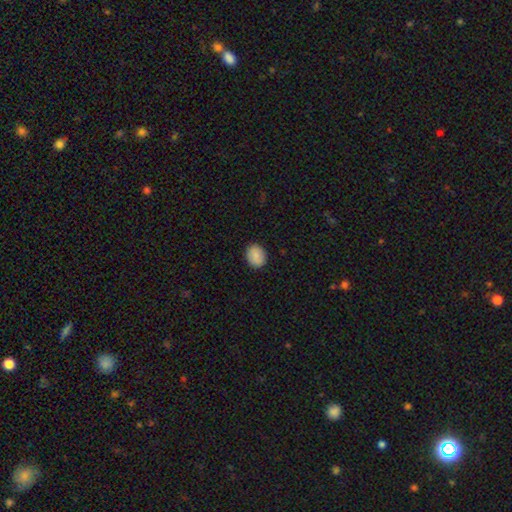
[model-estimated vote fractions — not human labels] Morphology: type=smooth (87%); roundness=round (56%); merging=none (89%).